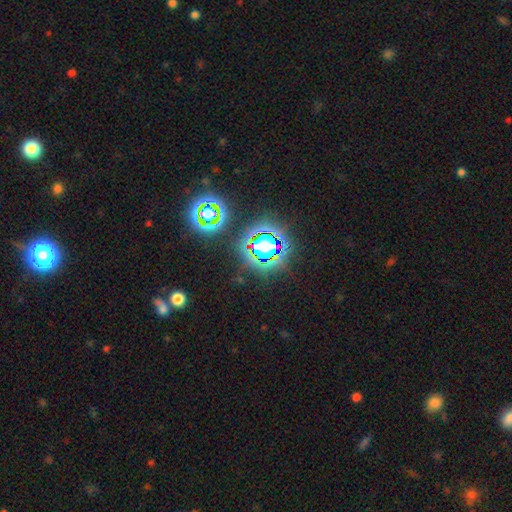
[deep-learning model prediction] star or artifact 66%, smooth 22%, featured or disk 12%.